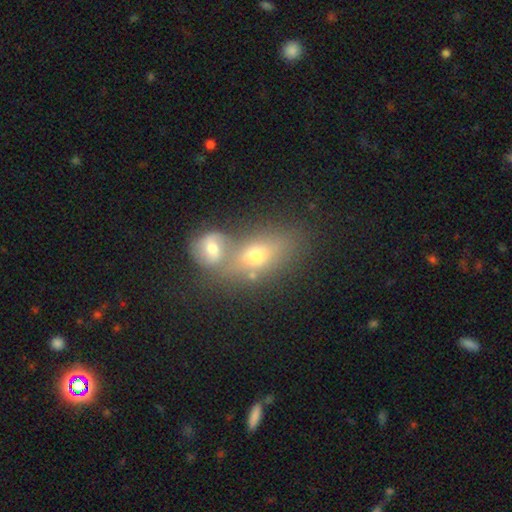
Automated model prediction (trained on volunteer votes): The model was most divided on "merging": merger: 54%, none: 30%, minor disturbance: 10%, major disturbance: 6%. More confident: how rounded — in between (70%); smooth or featured — smooth (64%).